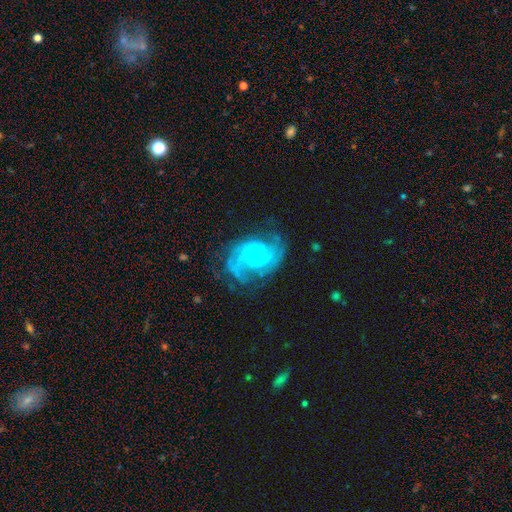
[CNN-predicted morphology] Smooth or featured: featured or disk — 90% (smooth — 5%)
Edge-on disk: no — 98% (yes — 2%)
Bar: no — 65% (weak — 29%)
Spiral arms: yes — 97% (no — 3%)
Spiral winding: medium — 48% (tight — 42%)
Spiral arm count: 2 — 65% (3 — 14%)
Bulge size: small — 64% (moderate — 33%)
Merging: none — 68% (minor disturbance — 20%)